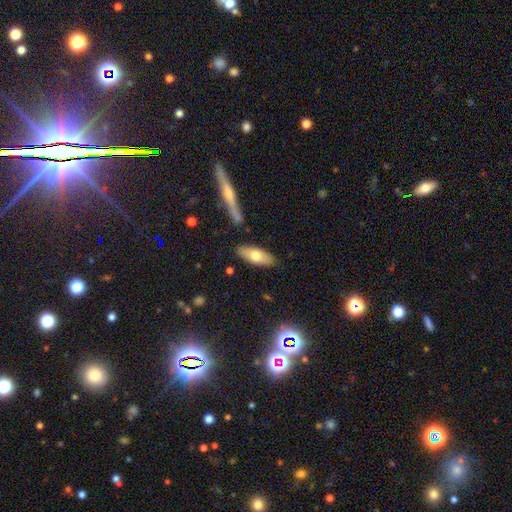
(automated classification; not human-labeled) Q: Smooth or featured?
A: smooth (68%); runner-up: featured or disk (26%)
Q: How rounded?
A: in between (77%); runner-up: cigar-shaped (20%)
Q: Merging?
A: none (82%); runner-up: minor disturbance (12%)